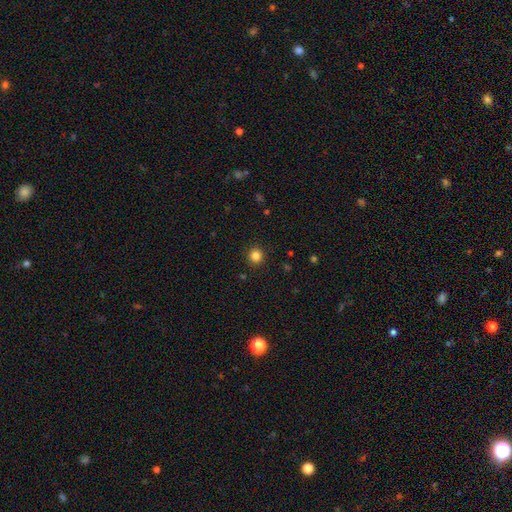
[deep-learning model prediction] Smooth or featured? smooth (83%)
How rounded? round (92%)
Merging? none (92%)